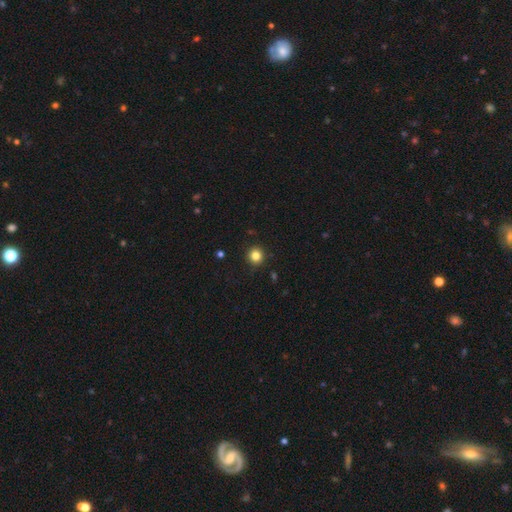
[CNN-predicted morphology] A smooth galaxy with no disk features (83%) that is round (94%).

Vote fractions:
- Smooth or featured? smooth: 83% / star or artifact: 12% / featured or disk: 4%
- How rounded? round: 94% / in between: 5% / cigar-shaped: 1%
- Merging? none: 92% / minor disturbance: 5% / major disturbance: 2% / merger: 1%